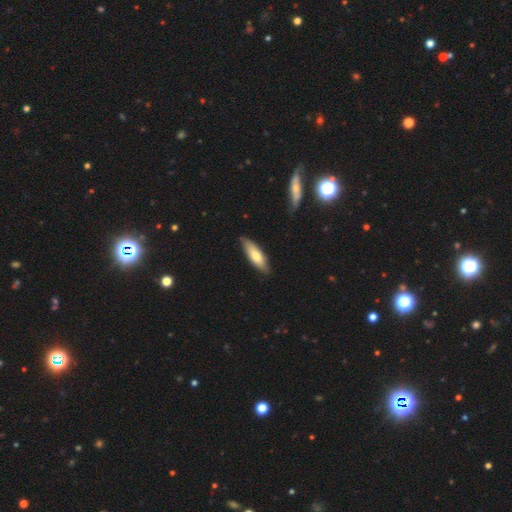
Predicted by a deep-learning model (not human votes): Smooth or featured? Predicted: smooth (p=0.71). How rounded? Predicted: in between (p=0.54). Merging? Predicted: none (p=0.83).